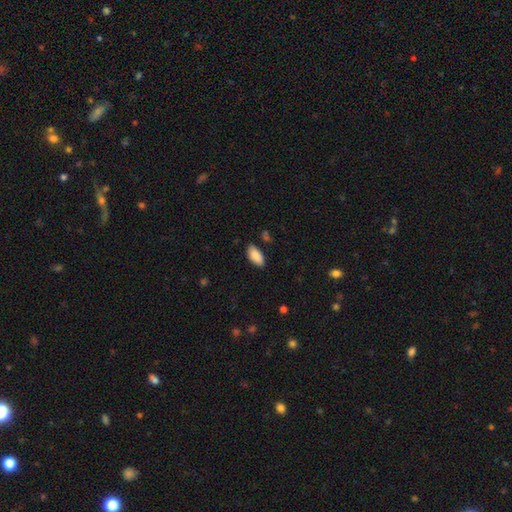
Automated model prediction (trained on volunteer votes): Smooth or featured?
  - smooth: 89% *
  - star or artifact: 7%
  - featured or disk: 4%
How rounded?
  - in between: 90% *
  - cigar-shaped: 8%
  - round: 2%
Merging?
  - none: 84% *
  - minor disturbance: 12%
  - major disturbance: 2%
  - merger: 2%